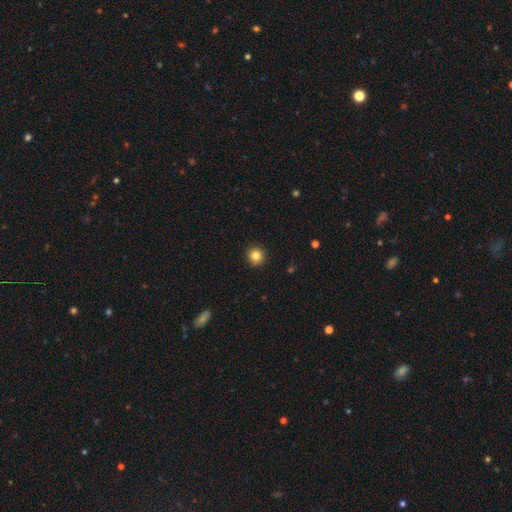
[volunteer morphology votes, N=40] Q: Smooth or featured?
A: smooth (90%); runner-up: star or artifact (10%)
Q: How rounded?
A: round (100%)
Q: Merging?
A: none (86%); runner-up: minor disturbance (8%)